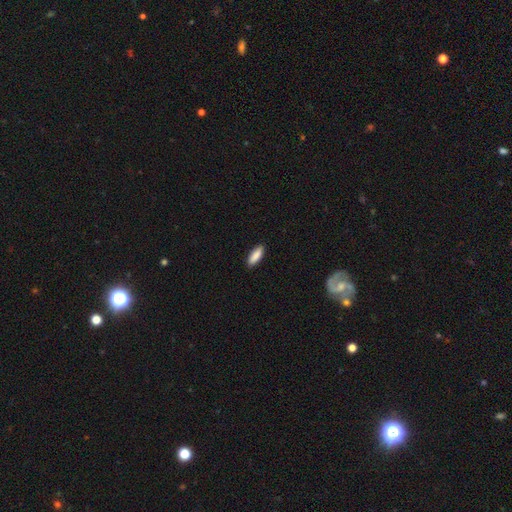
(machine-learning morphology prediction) Smooth or featured?
  - smooth: 89% *
  - star or artifact: 6%
  - featured or disk: 6%
How rounded?
  - in between: 62% *
  - cigar-shaped: 37%
  - round: 2%
Merging?
  - none: 89% *
  - minor disturbance: 8%
  - major disturbance: 2%
  - merger: 1%